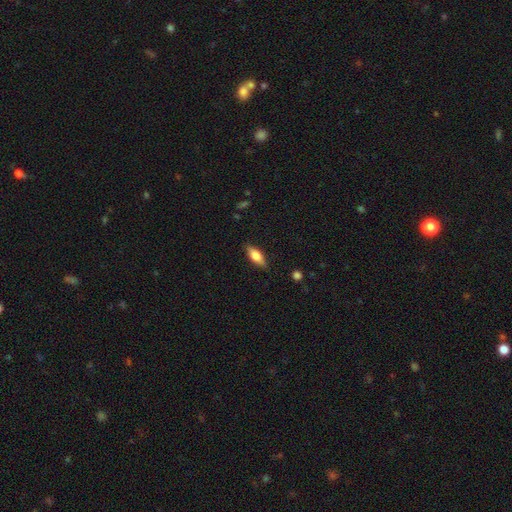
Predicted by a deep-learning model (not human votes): Smooth or featured? smooth (70%)
How rounded? in between (74%)
Merging? none (85%)